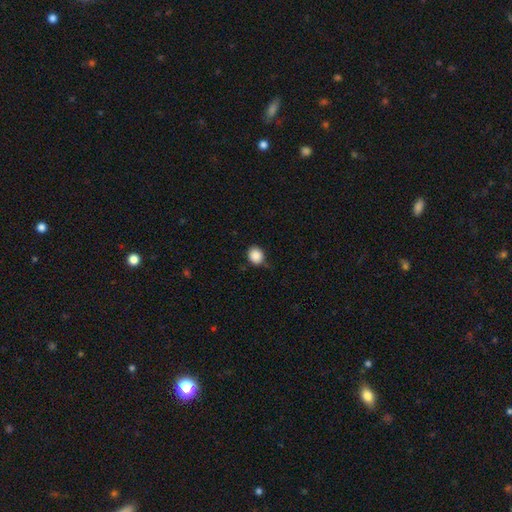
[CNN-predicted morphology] The model was most divided on "how rounded": round: 75%, in between: 24%, cigar-shaped: 1%. More confident: smooth or featured — smooth (88%); merging — none (75%).